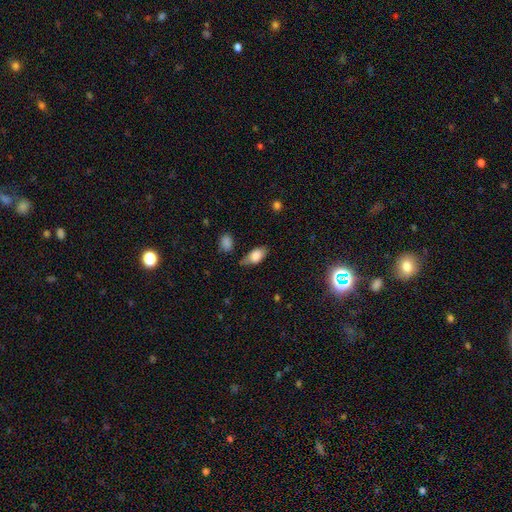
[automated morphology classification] A smooth galaxy with no disk features (80%) that is in between round and cigar-shaped (89%).

Vote fractions:
- Smooth or featured? smooth: 80% / featured or disk: 12% / star or artifact: 8%
- How rounded? in between: 89% / round: 6% / cigar-shaped: 5%
- Merging? none: 52% / minor disturbance: 34% / major disturbance: 9% / merger: 5%